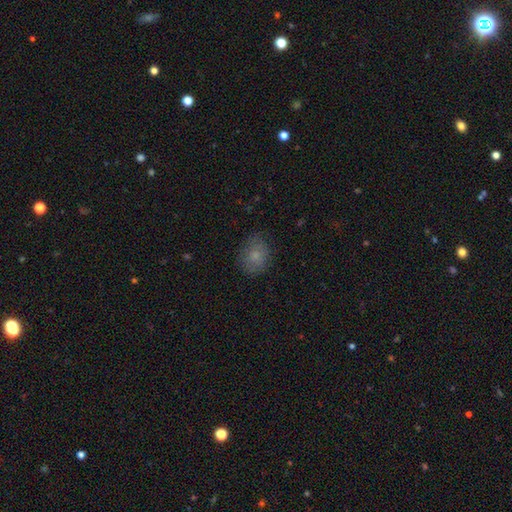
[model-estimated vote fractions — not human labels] This is likely a smooth galaxy (79%). How rounded: possibly round (54%). Merging: likely none (75%).